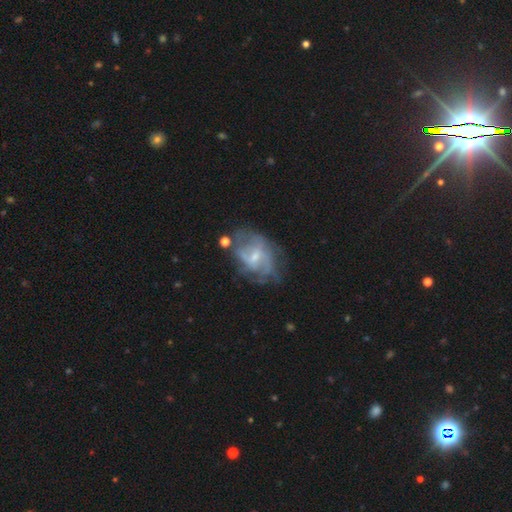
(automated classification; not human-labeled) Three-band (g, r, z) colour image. It shows a featured or disk galaxy (63%) with a weak bar (47%), spiral arms (76%) and a small central bulge (57%). Merging: none (65%).